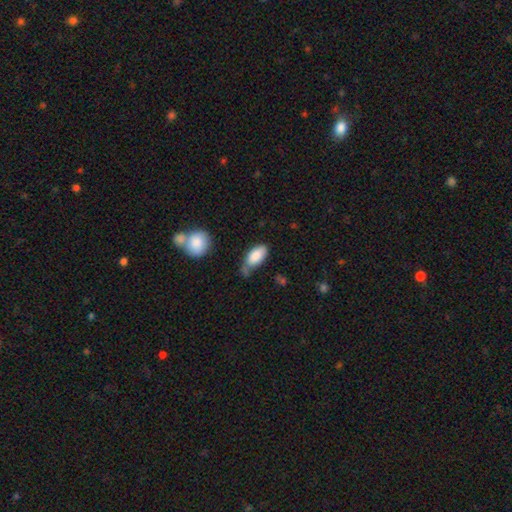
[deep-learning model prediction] This is clearly a smooth galaxy (87%). How rounded: clearly in between (93%). Merging: possibly none (50%).